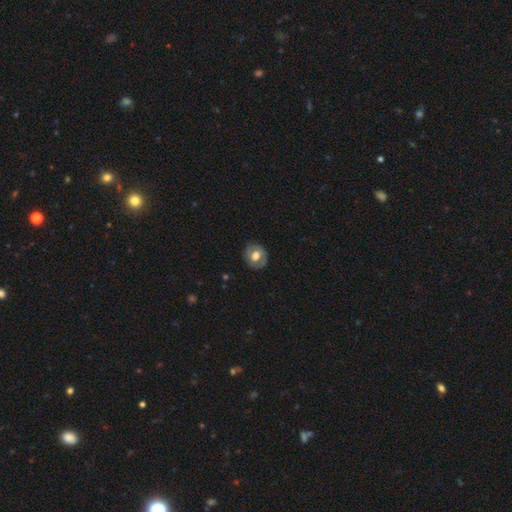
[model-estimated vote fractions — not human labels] smooth-or-featured: smooth: 52% | featured or disk: 40% | star or artifact: 7%
  how-rounded: round: 73% | in between: 26% | cigar-shaped: 1%
  merging: none: 82% | minor disturbance: 13% | major disturbance: 4% | merger: 1%